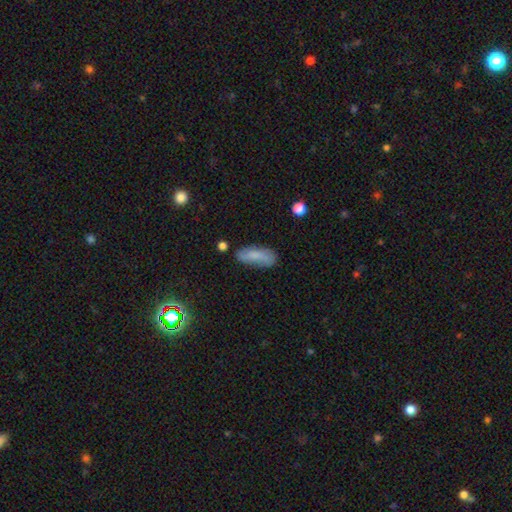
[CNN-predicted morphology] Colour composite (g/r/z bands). It shows a smooth galaxy with no disk features (75%) that is in between round and cigar-shaped (68%). Merging: none (64%).